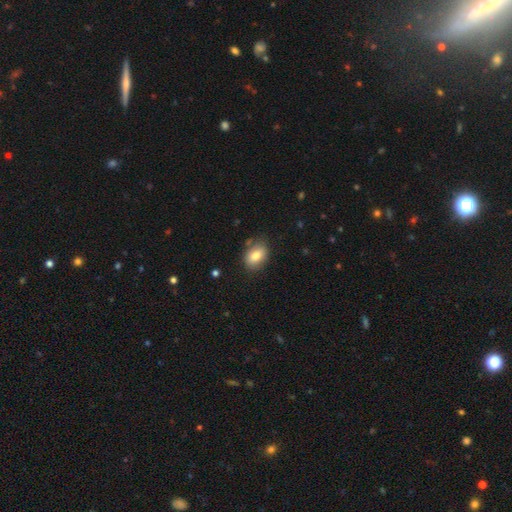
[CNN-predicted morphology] A smooth galaxy with no disk features (78%) that is in between round and cigar-shaped (78%).

Vote fractions:
- Smooth or featured? smooth: 78% / featured or disk: 14% / star or artifact: 8%
- How rounded? in between: 78% / round: 21% / cigar-shaped: 1%
- Merging? none: 78% / minor disturbance: 16% / major disturbance: 4% / merger: 3%